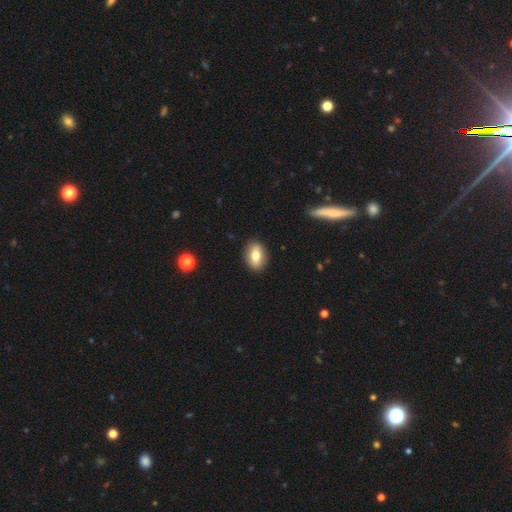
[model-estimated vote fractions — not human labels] smooth-or-featured: smooth: 71% | featured or disk: 21% | star or artifact: 8%
  how-rounded: in between: 78% | round: 19% | cigar-shaped: 3%
  merging: none: 89% | minor disturbance: 8% | major disturbance: 2% | merger: 1%